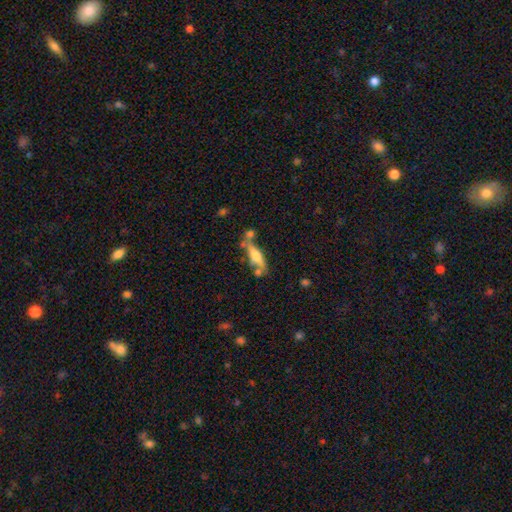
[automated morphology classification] smooth-or-featured: featured or disk: 50% | smooth: 43% | star or artifact: 7%
  disk-edge-on: yes: 81% | no: 19%
  merging: none: 54% | merger: 20% | minor disturbance: 18% | major disturbance: 7%